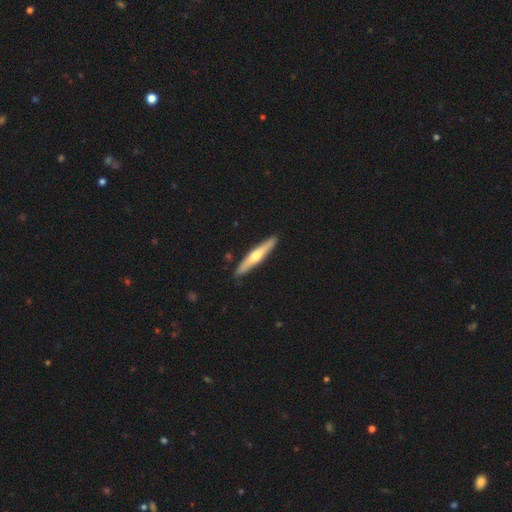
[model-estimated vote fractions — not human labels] Morphology: type=featured or disk (50%); edge-on=yes (94%); merging=none (90%).